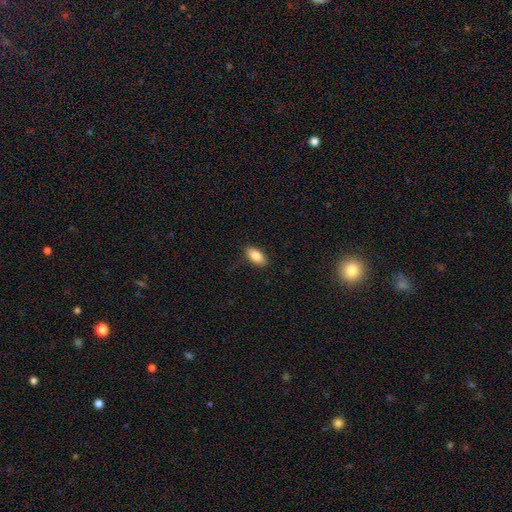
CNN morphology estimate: smooth 83%, featured or disk 10%, star or artifact 7%. Down the decision tree: how rounded — in between (90%); merging — none (85%).